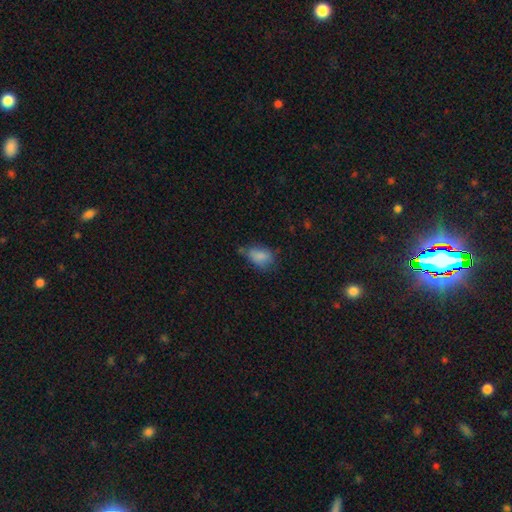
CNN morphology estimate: type=smooth (78%); roundness=in between (86%); merging=none (49%).